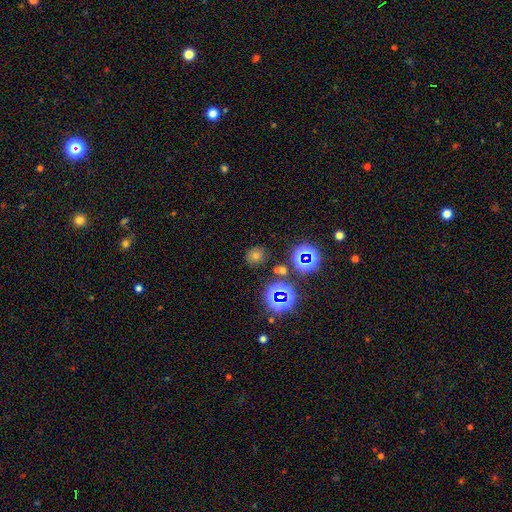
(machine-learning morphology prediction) A smooth galaxy with no disk features (52%) that is round (81%).

Vote fractions:
- Smooth or featured? smooth: 52% / star or artifact: 38% / featured or disk: 10%
- How rounded? round: 81% / in between: 18% / cigar-shaped: 1%
- Merging? none: 84% / minor disturbance: 9% / merger: 4% / major disturbance: 3%